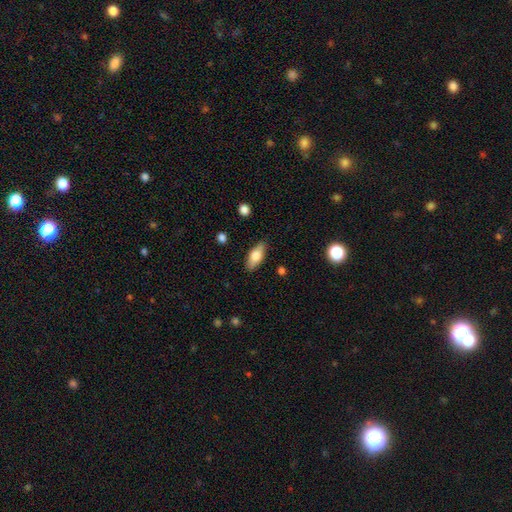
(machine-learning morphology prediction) Q: Smooth or featured?
A: smooth (74%); runner-up: featured or disk (19%)
Q: How rounded?
A: in between (82%); runner-up: cigar-shaped (15%)
Q: Merging?
A: none (87%); runner-up: minor disturbance (10%)